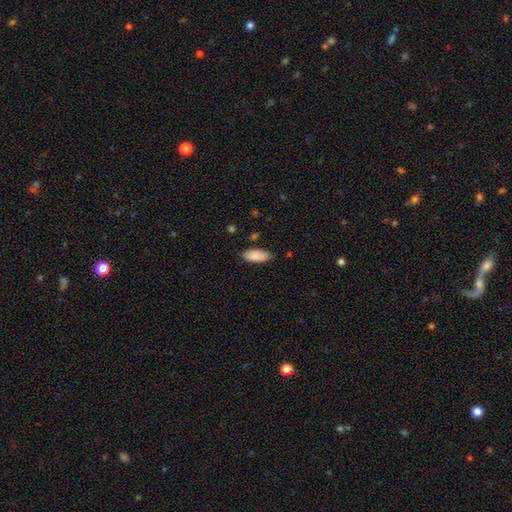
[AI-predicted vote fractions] A smooth galaxy with no disk features (89%) that is in between round and cigar-shaped (84%).

Vote fractions:
- Smooth or featured? smooth: 89% / star or artifact: 6% / featured or disk: 5%
- How rounded? in between: 84% / cigar-shaped: 14% / round: 2%
- Merging? none: 78% / minor disturbance: 17% / major disturbance: 3% / merger: 2%